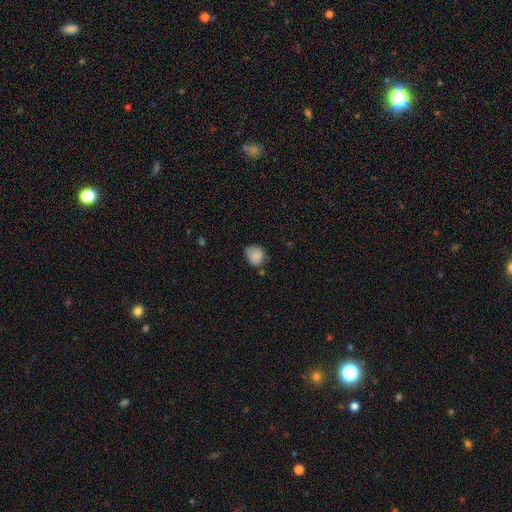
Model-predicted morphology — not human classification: A smooth galaxy with no disk features (83%) that is round (69%).

Vote fractions:
- Smooth or featured? smooth: 83% / star or artifact: 9% / featured or disk: 8%
- How rounded? round: 69% / in between: 30% / cigar-shaped: 1%
- Merging? none: 57% / minor disturbance: 32% / major disturbance: 7% / merger: 4%